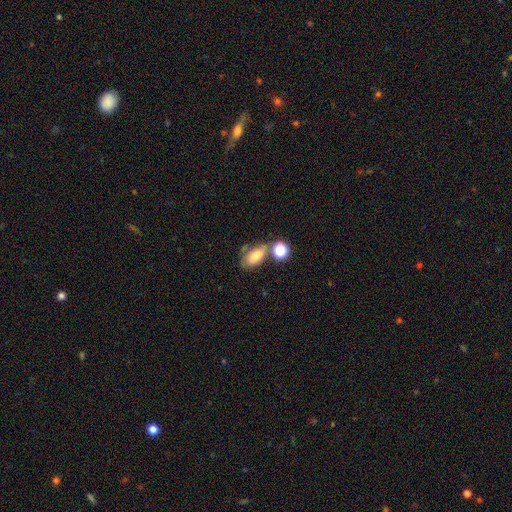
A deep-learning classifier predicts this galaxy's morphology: A smooth galaxy with no disk features (73%) that is in between round and cigar-shaped (86%). Merging: none (48%).